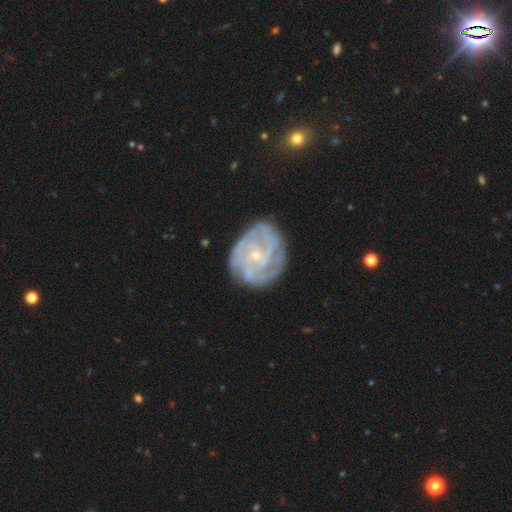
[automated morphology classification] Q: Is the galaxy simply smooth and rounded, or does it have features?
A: featured or disk — 83%.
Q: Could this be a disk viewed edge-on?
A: no — 98%.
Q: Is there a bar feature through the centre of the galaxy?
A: no — 68%.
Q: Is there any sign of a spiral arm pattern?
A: yes — 93%.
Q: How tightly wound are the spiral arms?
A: tight — 68%.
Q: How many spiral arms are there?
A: can't tell — 30%.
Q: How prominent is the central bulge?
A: small — 79%.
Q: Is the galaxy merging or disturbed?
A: none — 75%.